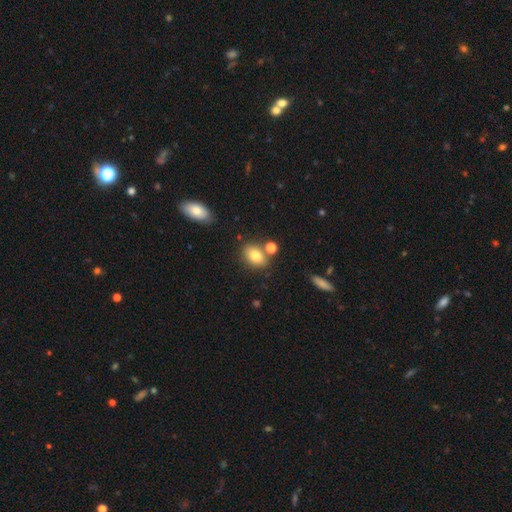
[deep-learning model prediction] Smooth or featured? Predicted: smooth (p=0.79). How rounded? Predicted: in between (p=0.73). Merging? Predicted: none (p=0.69).